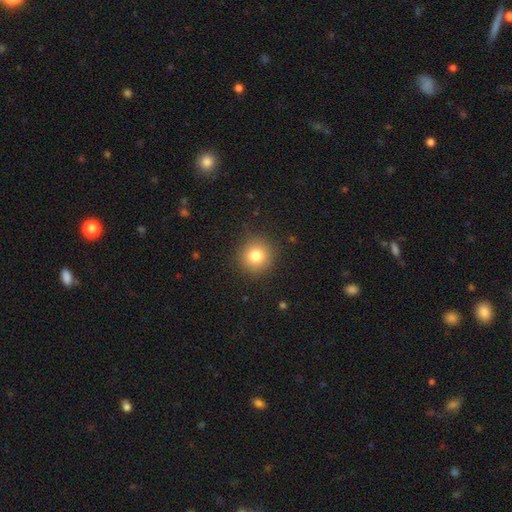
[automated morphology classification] A smooth galaxy with no disk features (80%) that is round (93%).

Vote fractions:
- Smooth or featured? smooth: 80% / star or artifact: 12% / featured or disk: 8%
- How rounded? round: 93% / in between: 6% / cigar-shaped: 1%
- Merging? none: 88% / minor disturbance: 8% / major disturbance: 3% / merger: 1%